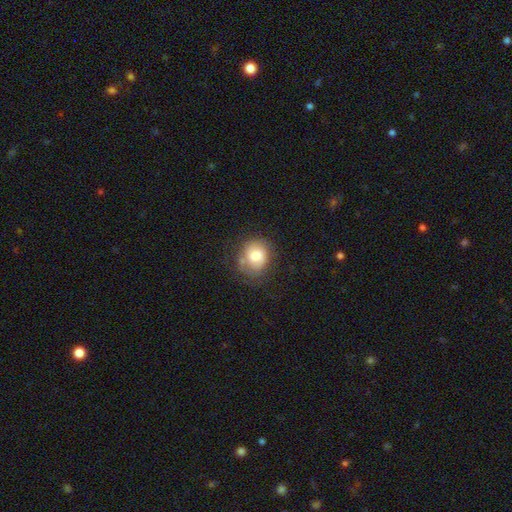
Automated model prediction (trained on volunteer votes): A smooth galaxy with no disk features (67%) that is round (65%). Merging: none (56%).